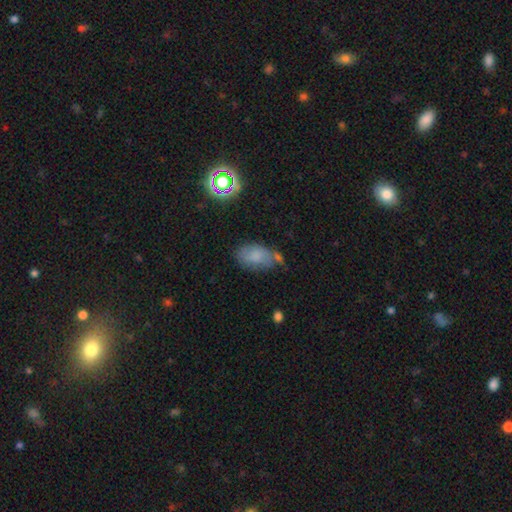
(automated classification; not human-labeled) A smooth galaxy with no disk features (70%) that is in between round and cigar-shaped (91%).

Vote fractions:
- Smooth or featured? smooth: 70% / featured or disk: 18% / star or artifact: 12%
- How rounded? in between: 91% / round: 7% / cigar-shaped: 2%
- Merging? none: 51% / minor disturbance: 27% / merger: 12% / major disturbance: 9%